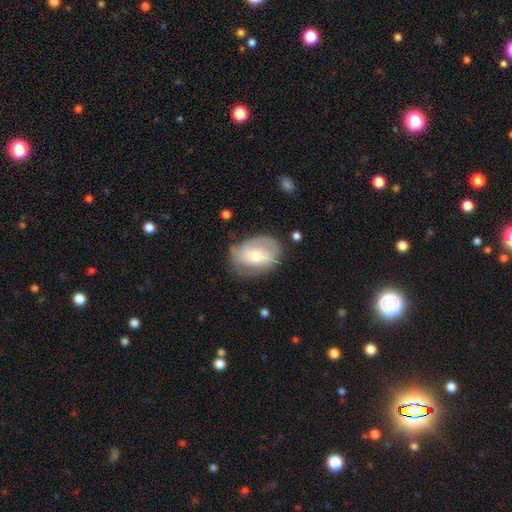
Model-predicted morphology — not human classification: Smooth or featured: featured or disk — 57% (smooth — 36%)
Edge-on disk: no — 95% (yes — 5%)
Bar: no — 44% (weak — 40%)
Spiral arms: yes — 70% (no — 30%)
Bulge size: moderate — 63% (small — 30%)
Merging: none — 62% (minor disturbance — 26%)